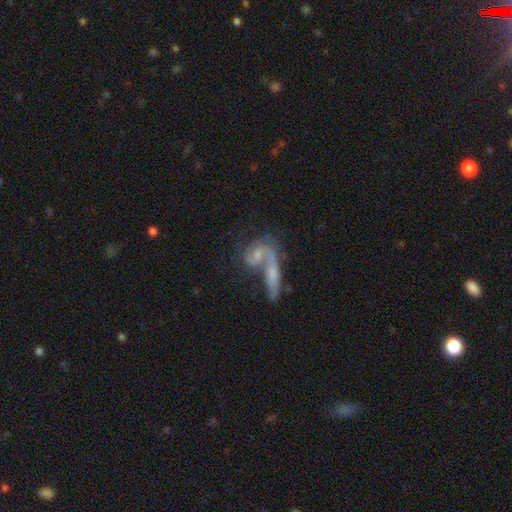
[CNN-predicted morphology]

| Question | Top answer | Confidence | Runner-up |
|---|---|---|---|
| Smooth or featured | featured or disk | 61% | smooth (31%) |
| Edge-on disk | no | 91% | yes (9%) |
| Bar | no | 65% | weak (28%) |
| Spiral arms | yes | 78% | no (22%) |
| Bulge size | small | 41% | moderate (38%) |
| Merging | merger | 53% | none (26%) |